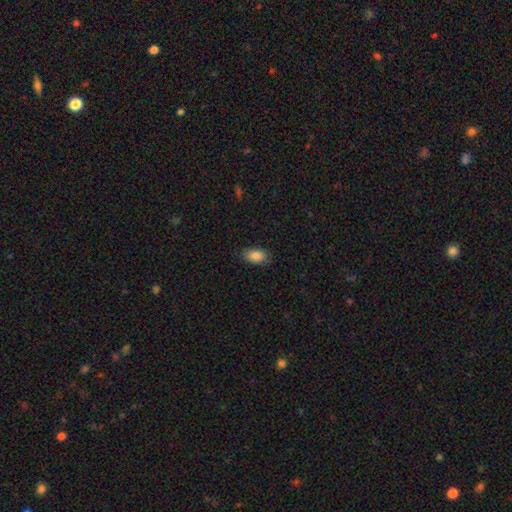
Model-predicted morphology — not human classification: A smooth galaxy with no disk features (88%) that is in between round and cigar-shaped (92%). Merging: none (85%).